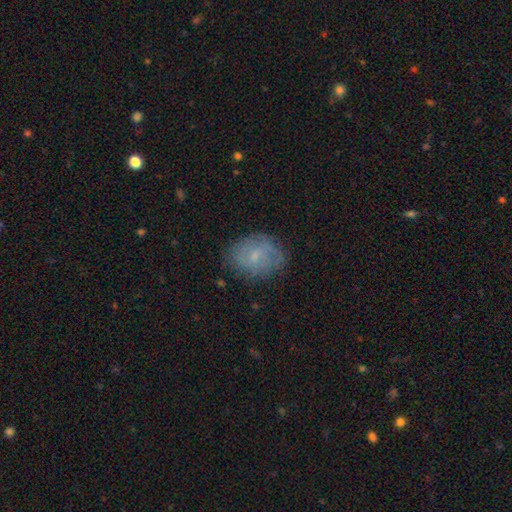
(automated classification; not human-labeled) A smooth galaxy with no disk features (55%) that is in between round and cigar-shaped (62%).

Vote fractions:
- Smooth or featured? smooth: 55% / featured or disk: 36% / star or artifact: 9%
- How rounded? in between: 62% / round: 36% / cigar-shaped: 1%
- Merging? none: 73% / minor disturbance: 19% / major disturbance: 6% / merger: 1%